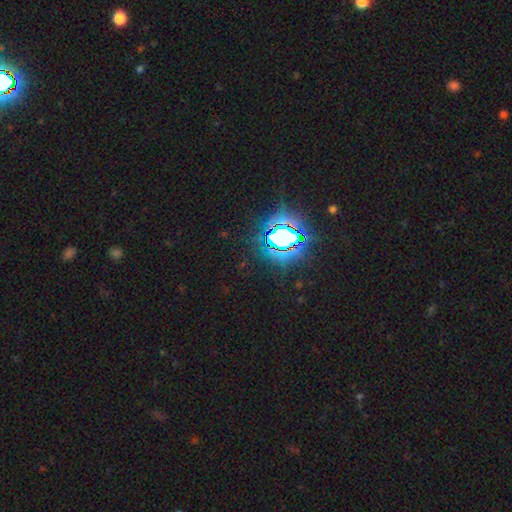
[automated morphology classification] smooth_or_featured: star or artifact (p=0.83) [alt: smooth p=0.11]